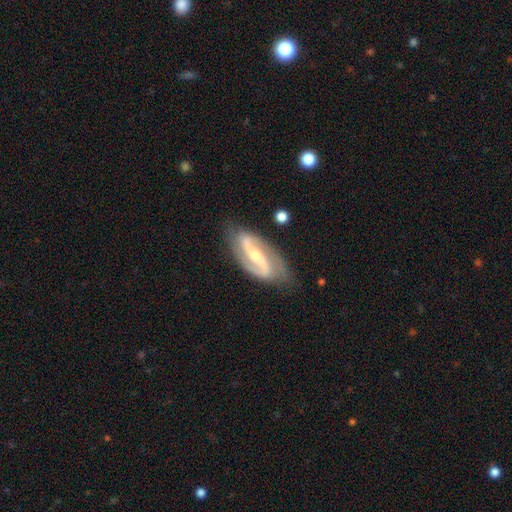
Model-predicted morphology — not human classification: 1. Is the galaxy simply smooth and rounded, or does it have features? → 90% featured or disk, 6% smooth, 4% star or artifact.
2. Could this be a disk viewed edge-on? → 95% no, 5% yes.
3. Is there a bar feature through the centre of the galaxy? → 50% strong, 31% weak, 19% no.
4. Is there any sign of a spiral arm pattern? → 97% yes, 3% no.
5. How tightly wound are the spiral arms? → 48% medium, 32% loose, 20% tight.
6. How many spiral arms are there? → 93% 2, 2% can't tell, 2% 1, 1% 3, 1% 4, 1% more than 4.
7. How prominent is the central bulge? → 50% small, 45% moderate, 2% large, 2% none, 1% dominant.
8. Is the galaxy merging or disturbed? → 81% none, 14% minor disturbance, 4% major disturbance, 1% merger.